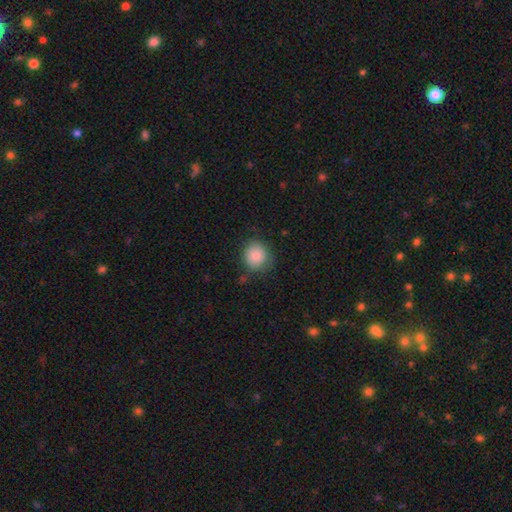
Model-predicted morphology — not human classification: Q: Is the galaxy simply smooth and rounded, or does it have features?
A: smooth — 87%.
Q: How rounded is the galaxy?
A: round — 83%.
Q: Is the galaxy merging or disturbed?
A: none — 77%.